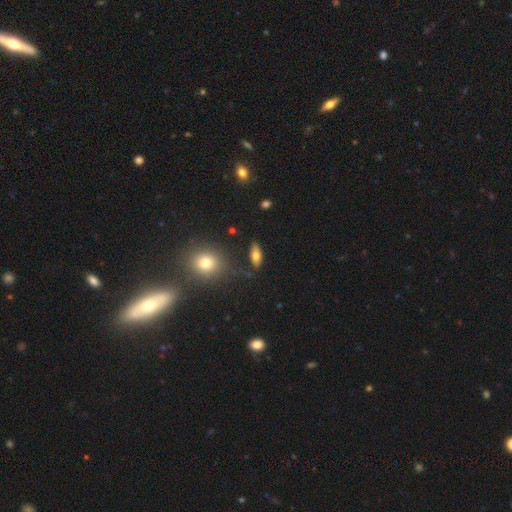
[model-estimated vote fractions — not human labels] Smooth or featured? Predicted: smooth (p=0.72). How rounded? Predicted: in between (p=0.78). Merging? Predicted: none (p=0.80).